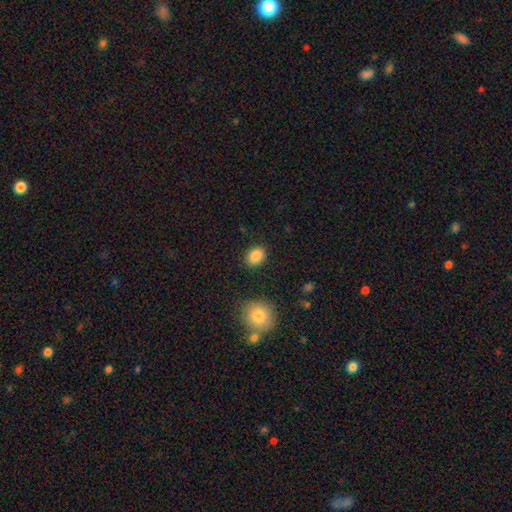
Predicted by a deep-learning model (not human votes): A smooth galaxy with no disk features (87%) that is in between round and cigar-shaped (58%). Merging: none (87%).